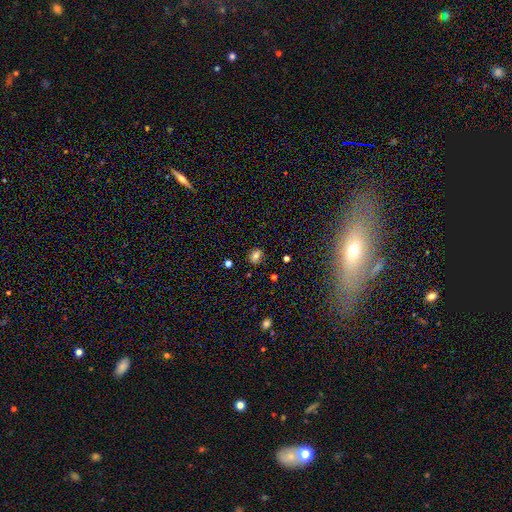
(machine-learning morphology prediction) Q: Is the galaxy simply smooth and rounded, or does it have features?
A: smooth — 74%.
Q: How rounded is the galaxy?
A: in between — 59%.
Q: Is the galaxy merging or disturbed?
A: none — 84%.